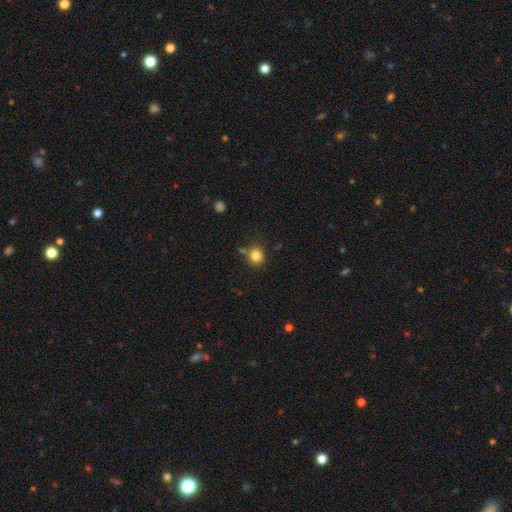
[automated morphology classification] Q: Smooth or featured?
A: smooth (82%); runner-up: star or artifact (12%)
Q: How rounded?
A: round (87%); runner-up: in between (12%)
Q: Merging?
A: none (78%); runner-up: minor disturbance (10%)